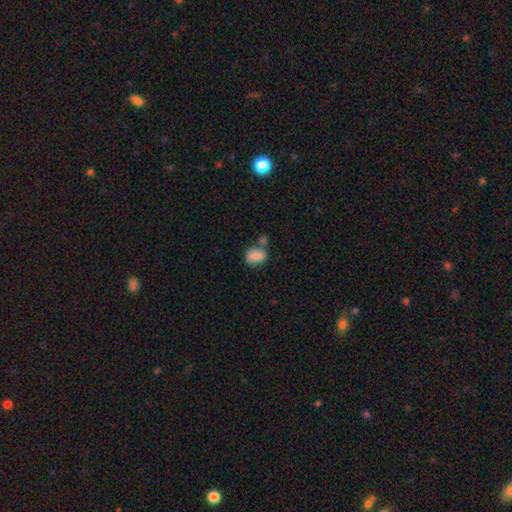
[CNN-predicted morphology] smooth 82%, featured or disk 10%, star or artifact 9%. Down the decision tree: how rounded — in between (69%); merging — none (50%).